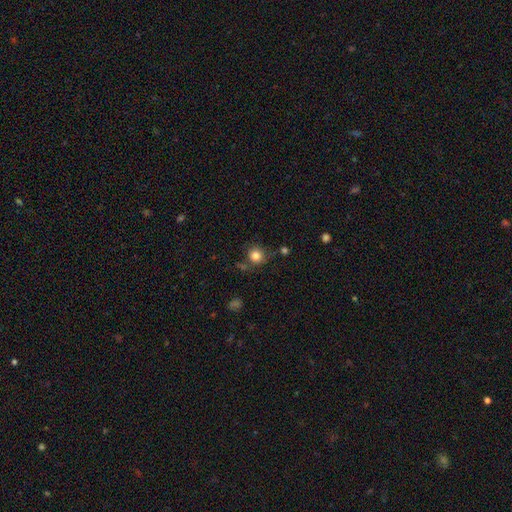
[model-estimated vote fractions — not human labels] A smooth galaxy with no disk features (82%) that is round (90%).

Vote fractions:
- Smooth or featured? smooth: 82% / star or artifact: 11% / featured or disk: 6%
- How rounded? round: 90% / in between: 9% / cigar-shaped: 1%
- Merging? none: 76% / minor disturbance: 12% / merger: 7% / major disturbance: 4%